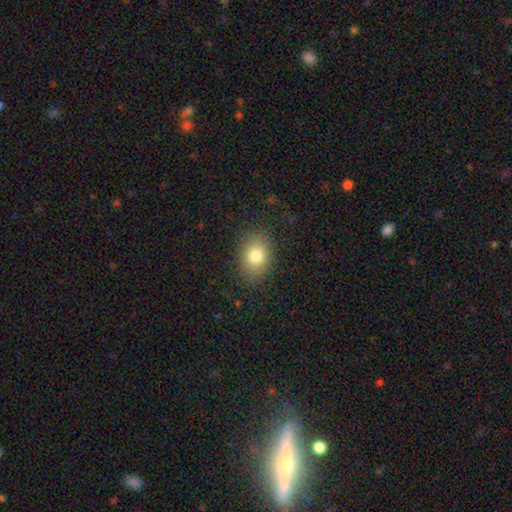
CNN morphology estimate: Overall: smooth (80%). How rounded: in between (71%). Merging: none (84%).